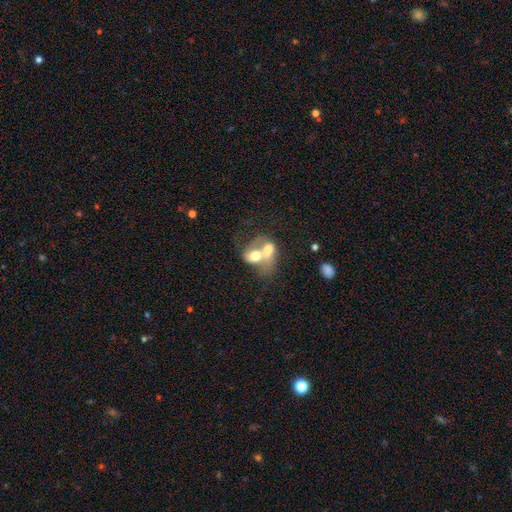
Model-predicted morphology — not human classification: Smooth or featured?
  - smooth: 57% *
  - featured or disk: 35%
  - star or artifact: 8%
How rounded?
  - in between: 65% *
  - round: 34%
  - cigar-shaped: 2%
Merging?
  - merger: 83% *
  - none: 7%
  - major disturbance: 6%
  - minor disturbance: 4%